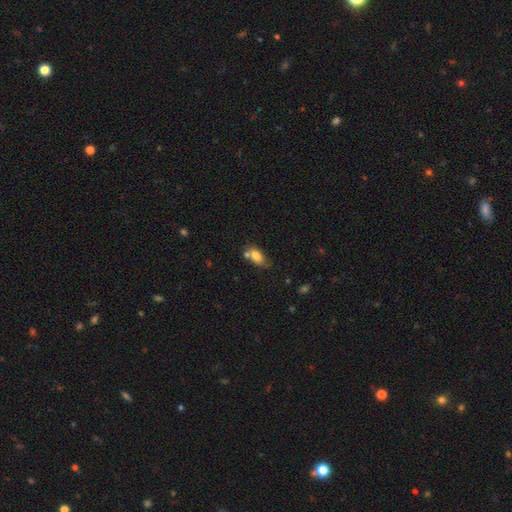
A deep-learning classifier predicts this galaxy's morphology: smooth-or-featured: smooth: 79% | featured or disk: 13% | star or artifact: 9%
  how-rounded: in between: 86% | round: 10% | cigar-shaped: 4%
  merging: none: 53% | merger: 25% | minor disturbance: 18% | major disturbance: 5%